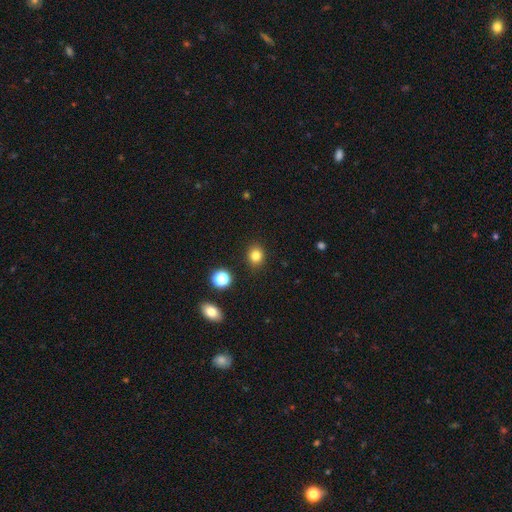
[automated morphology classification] Smooth or featured? smooth (81%)
How rounded? round (70%)
Merging? none (89%)